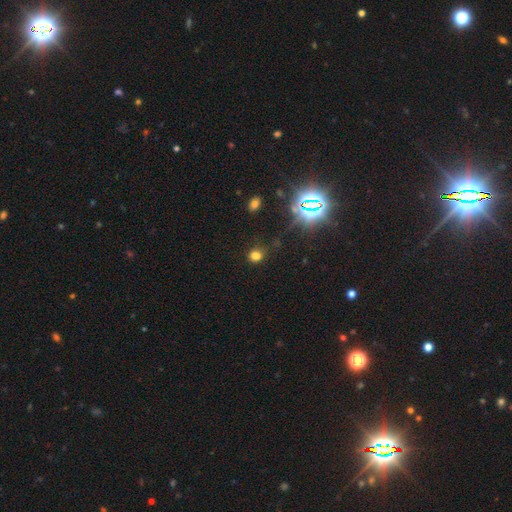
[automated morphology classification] smooth 67%, star or artifact 27%, featured or disk 6%. Down the decision tree: how rounded — round (73%); merging — none (76%).